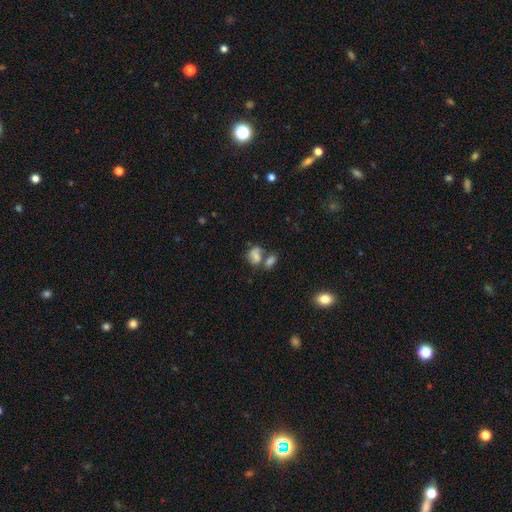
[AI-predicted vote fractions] Morphology: type=smooth (61%); roundness=in between (71%); merging=merger (50%).